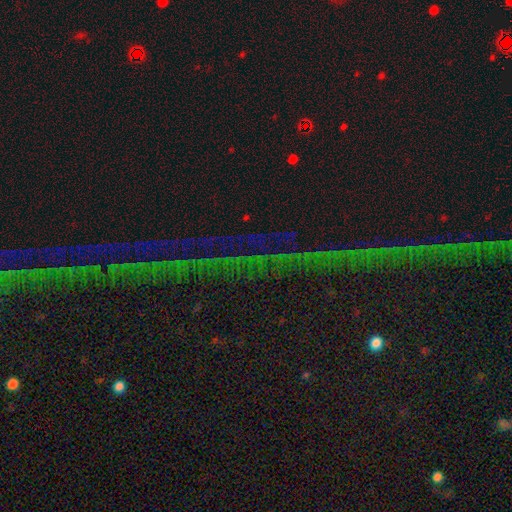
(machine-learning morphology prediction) type=star or artifact (79%).